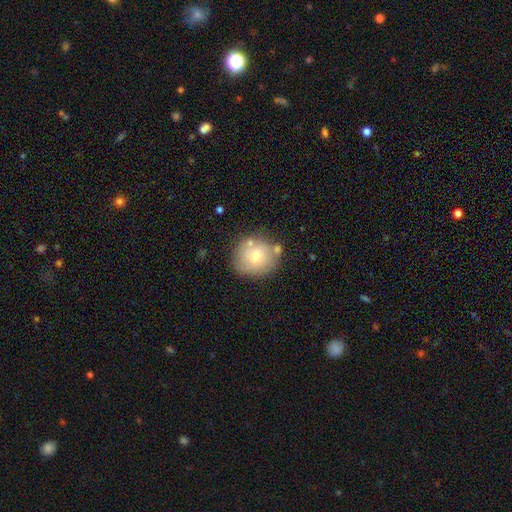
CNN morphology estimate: smooth_or_featured: smooth (p=0.69) [alt: featured or disk p=0.21]
how_rounded: round (p=0.86) [alt: in between p=0.13]
merging: none (p=0.69) [alt: minor disturbance p=0.15]